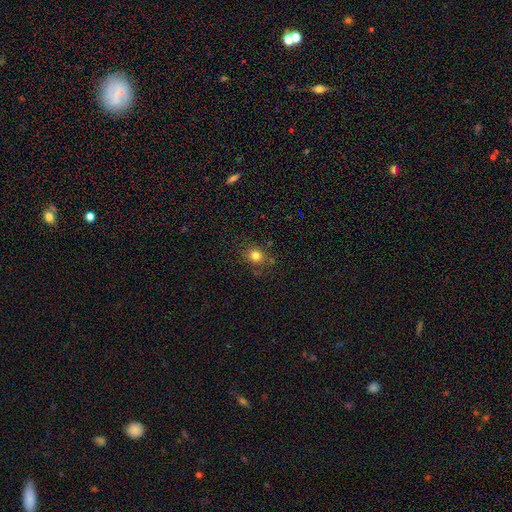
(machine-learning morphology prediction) Q: Smooth or featured?
A: smooth (80%); runner-up: star or artifact (13%)
Q: How rounded?
A: round (76%); runner-up: in between (23%)
Q: Merging?
A: none (78%); runner-up: minor disturbance (13%)